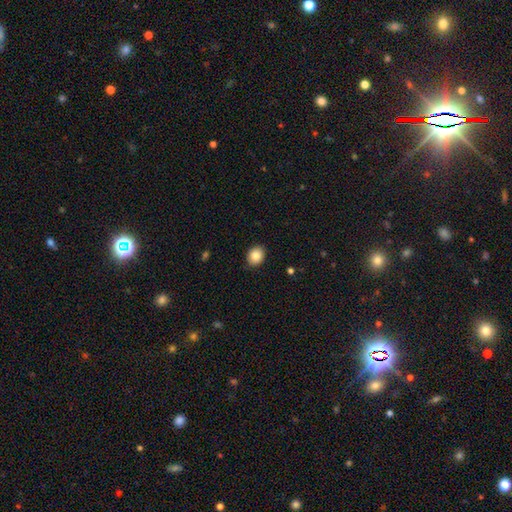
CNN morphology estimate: Smooth or featured? Predicted: smooth (p=0.85). How rounded? Predicted: round (p=0.53). Merging? Predicted: none (p=0.88).